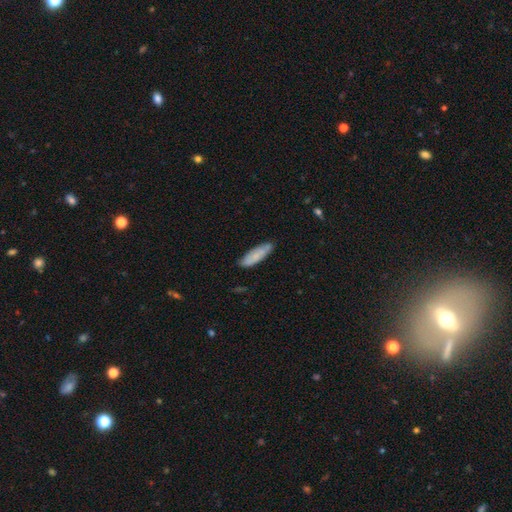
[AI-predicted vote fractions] A smooth galaxy with no disk features (74%) that is cigar-shaped (52%). Merging: none (74%).